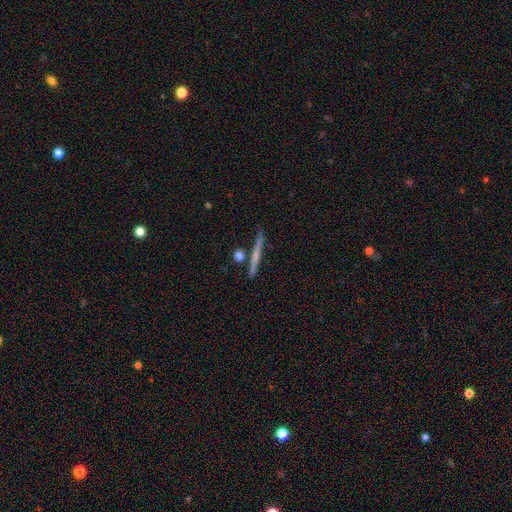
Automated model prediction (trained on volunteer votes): A featured or disk galaxy (51%) viewed edge-on (96%). Merging: none (81%).